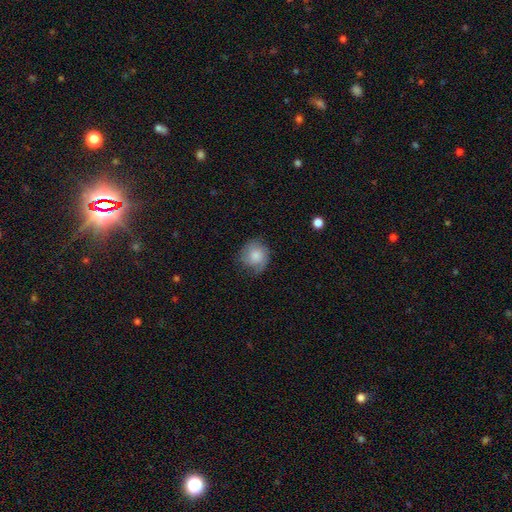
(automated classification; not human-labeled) The model was most divided on "merging": none: 61%, minor disturbance: 28%, major disturbance: 9%, merger: 1%. More confident: how rounded — round (82%); smooth or featured — smooth (67%).